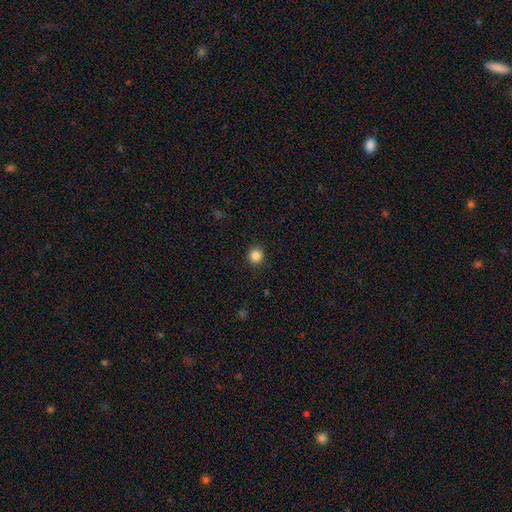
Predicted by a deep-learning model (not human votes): This appears to be a smooth galaxy with no disk features (85%) that is round (94%). Merging: none (92%).